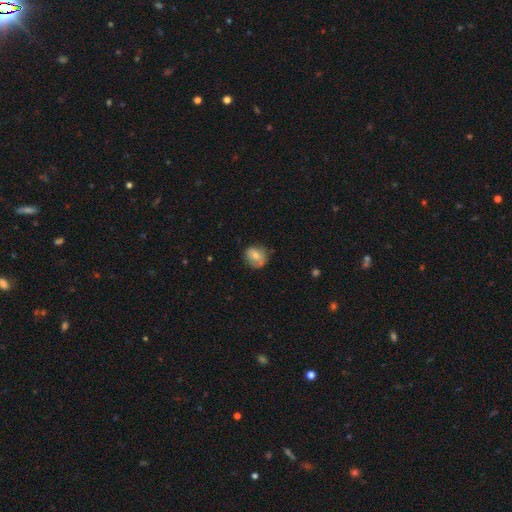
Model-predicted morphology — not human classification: Smooth or featured: smooth — 65% (featured or disk — 27%)
How rounded: round — 59% (in between — 40%)
Merging: none — 68% (minor disturbance — 24%)